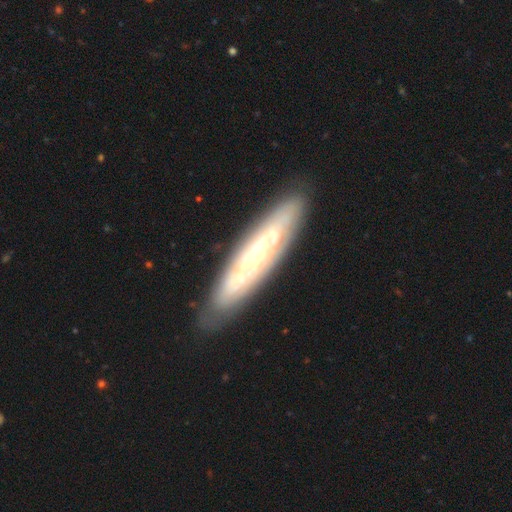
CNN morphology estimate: type=featured or disk (72%); edge-on=no (59%); merging=none (84%).